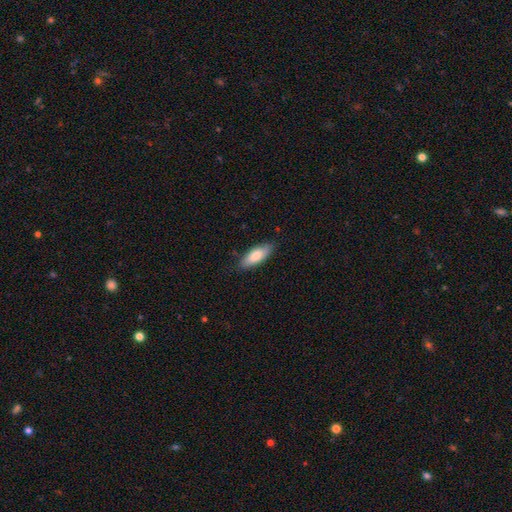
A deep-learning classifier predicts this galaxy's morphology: Smooth or featured? Predicted: smooth (p=0.79). How rounded? Predicted: in between (p=0.72). Merging? Predicted: none (p=0.82).